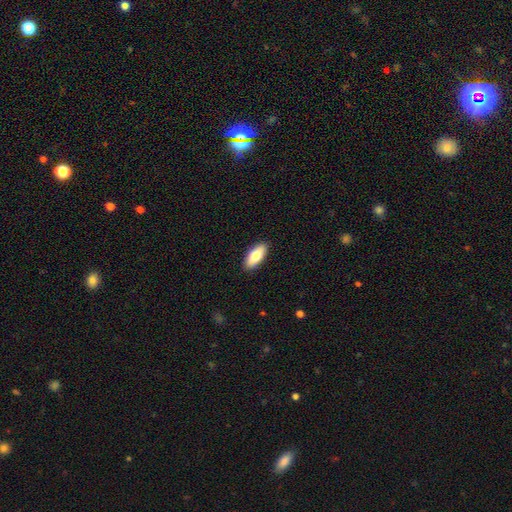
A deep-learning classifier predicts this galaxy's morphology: The model was most divided on "smooth or featured": smooth: 78%, featured or disk: 16%, star or artifact: 6%. More confident: merging — none (90%); how rounded — in between (81%).